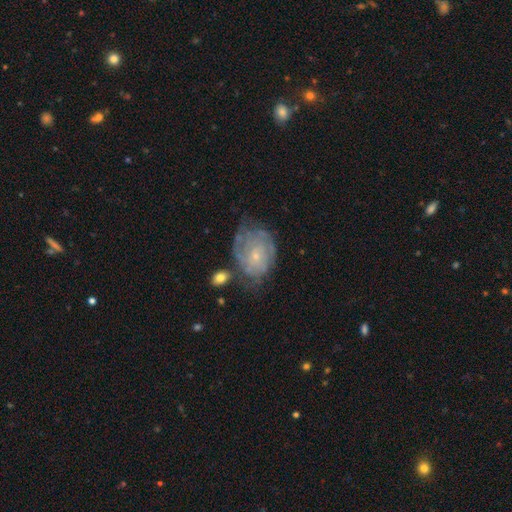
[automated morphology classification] This is likely a featured or disk galaxy (71%). It is clearly not viewed edge-on (97%). Bar: likely no (78%). Spiral arm pattern: clearly yes (82%). Spiral arm count: possibly can't tell (57%). Spiral winding: likely tight (67%). Central bulge: likely small (79%). Merging: possibly none (48%).